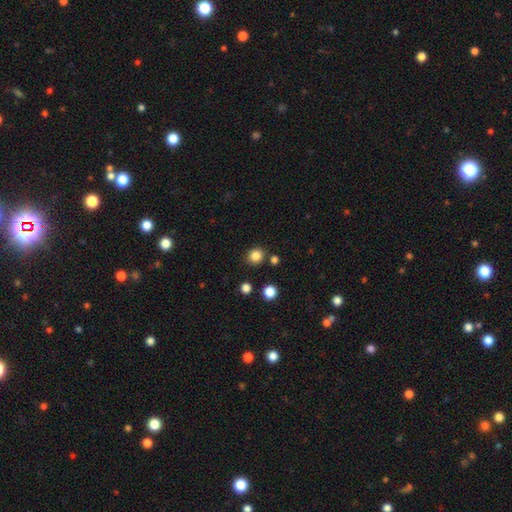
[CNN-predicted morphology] A smooth galaxy with no disk features (84%) that is round (86%). Merging: none (86%).